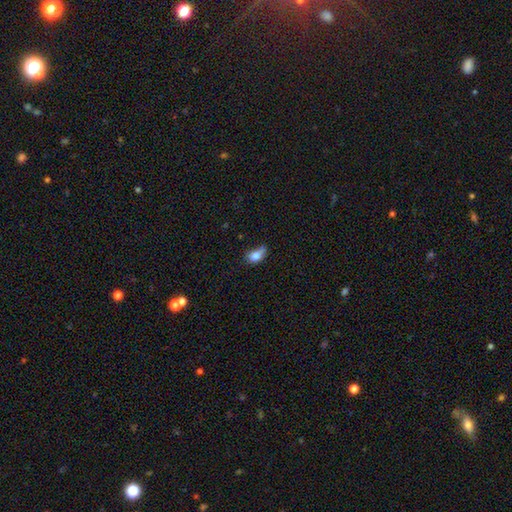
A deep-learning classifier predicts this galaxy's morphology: Overall: smooth (78%). How rounded: in between (77%). Merging: minor disturbance (39%; none 31%).